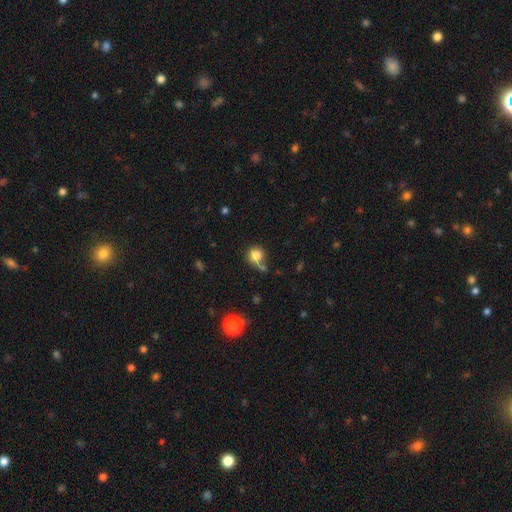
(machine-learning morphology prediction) This is clearly a smooth galaxy (81%). How rounded: clearly round (87%). Merging: possibly none (53%).